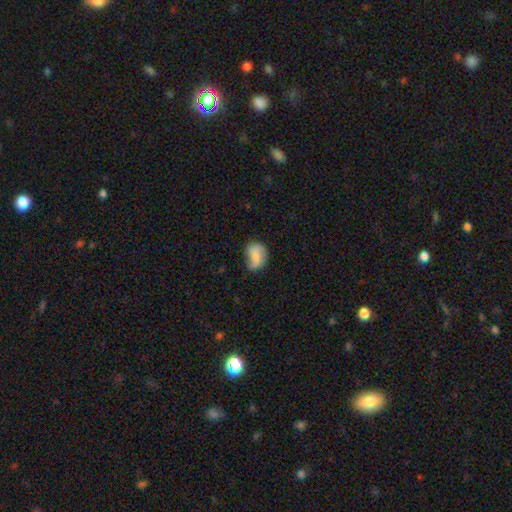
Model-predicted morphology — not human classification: Smooth or featured? Predicted: smooth (p=0.74). How rounded? Predicted: in between (p=0.75). Merging? Predicted: none (p=0.43).